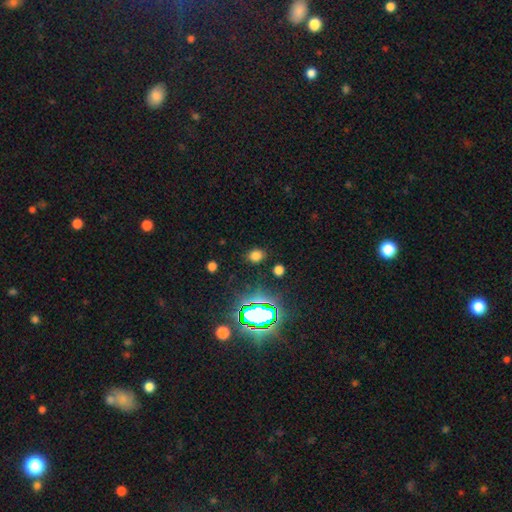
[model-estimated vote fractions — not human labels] Smooth or featured? Predicted: smooth (p=0.68). How rounded? Predicted: round (p=0.57). Merging? Predicted: none (p=0.84).